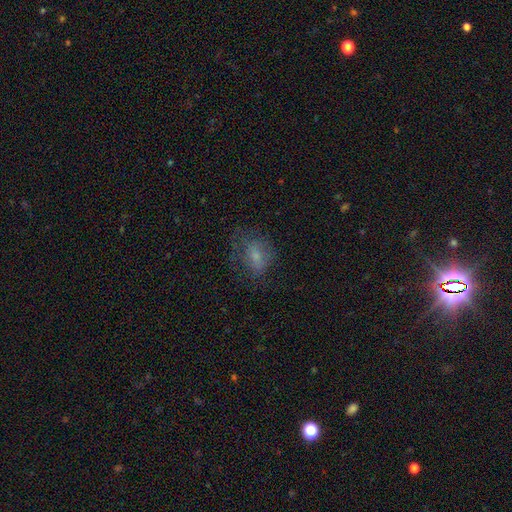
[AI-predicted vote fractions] The model was most divided on "how rounded": in between: 59%, round: 39%, cigar-shaped: 2%. More confident: smooth or featured — smooth (61%); merging — none (53%).